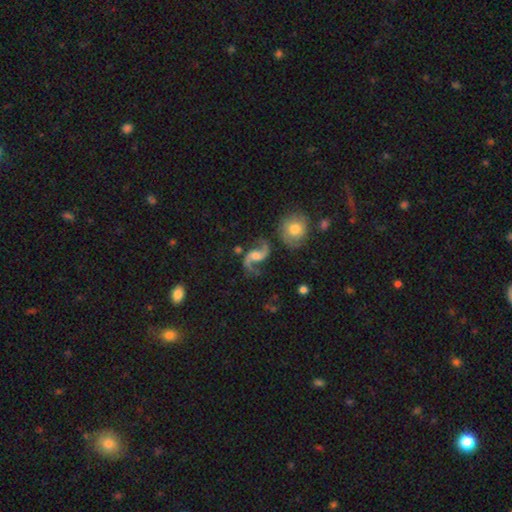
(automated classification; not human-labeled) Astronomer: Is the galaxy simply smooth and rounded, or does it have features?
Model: featured or disk — 90%.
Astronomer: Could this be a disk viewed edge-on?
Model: no — 98%.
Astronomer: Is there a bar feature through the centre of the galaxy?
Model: no — 48% (runner-up: weak, 41%).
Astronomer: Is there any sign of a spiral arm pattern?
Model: yes — 97%.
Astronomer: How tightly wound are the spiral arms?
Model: loose — 81%.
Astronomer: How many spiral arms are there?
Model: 2 — 94%.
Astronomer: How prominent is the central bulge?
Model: moderate — 44% (runner-up: small, 26%).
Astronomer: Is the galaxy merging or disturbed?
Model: none — 71%.